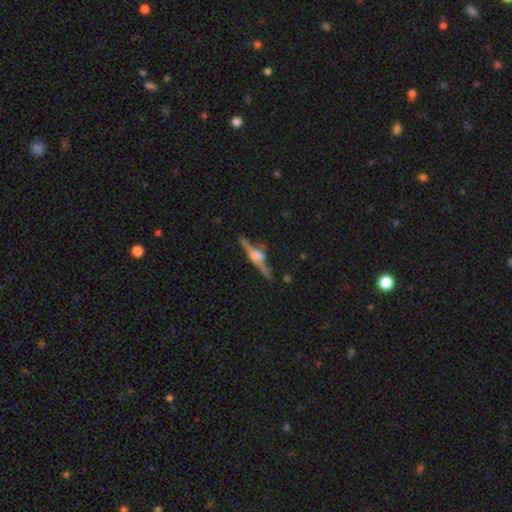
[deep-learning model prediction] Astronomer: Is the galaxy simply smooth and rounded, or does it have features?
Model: featured or disk — 83%.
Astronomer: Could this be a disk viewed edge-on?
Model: yes — 97%.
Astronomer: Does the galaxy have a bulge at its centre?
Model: rounded — 85%.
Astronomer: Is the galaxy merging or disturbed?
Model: none — 82%.